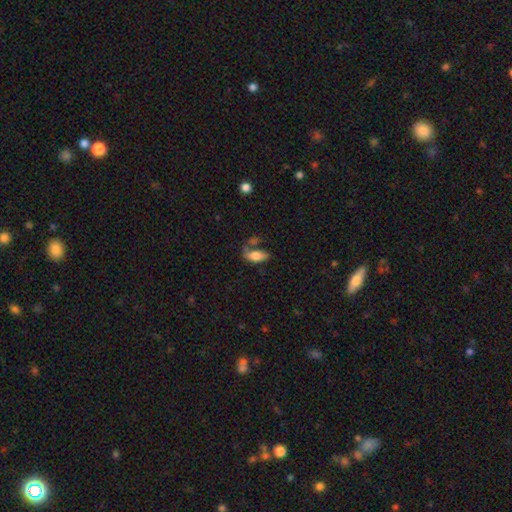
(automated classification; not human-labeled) smooth_or_featured: smooth (p=0.78) [alt: featured or disk p=0.14]
how_rounded: in between (p=0.85) [alt: cigar-shaped p=0.12]
merging: none (p=0.45) [alt: merger p=0.25]